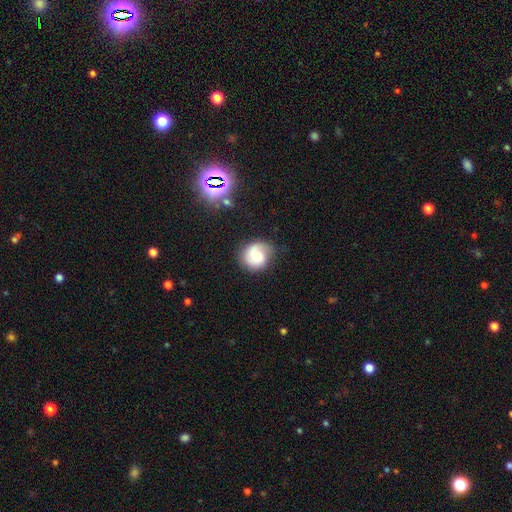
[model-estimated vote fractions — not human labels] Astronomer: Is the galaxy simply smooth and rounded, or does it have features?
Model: featured or disk — 51% (runner-up: smooth, 40%).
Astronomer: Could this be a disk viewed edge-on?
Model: no — 98%.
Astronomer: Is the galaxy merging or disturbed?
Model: none — 69%.